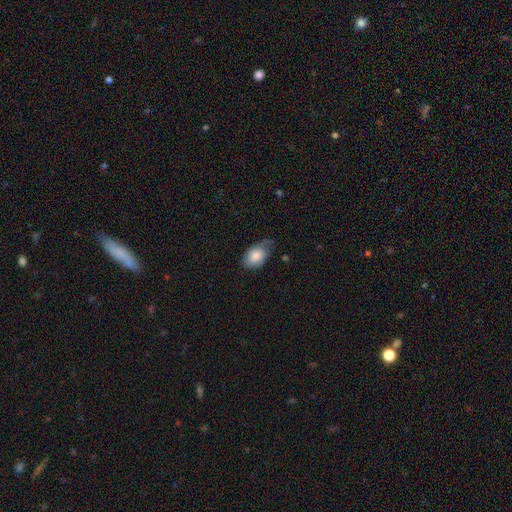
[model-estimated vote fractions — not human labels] smooth_or_featured: smooth (p=0.75) [alt: featured or disk p=0.18]
how_rounded: in between (p=0.88) [alt: round p=0.11]
merging: minor disturbance (p=0.42) [alt: none p=0.41]